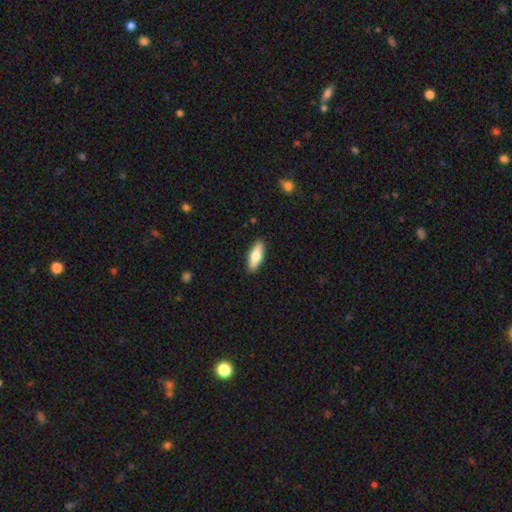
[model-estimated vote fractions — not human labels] This is likely a smooth galaxy (72%). How rounded: likely in between (63%). Merging: clearly none (89%).